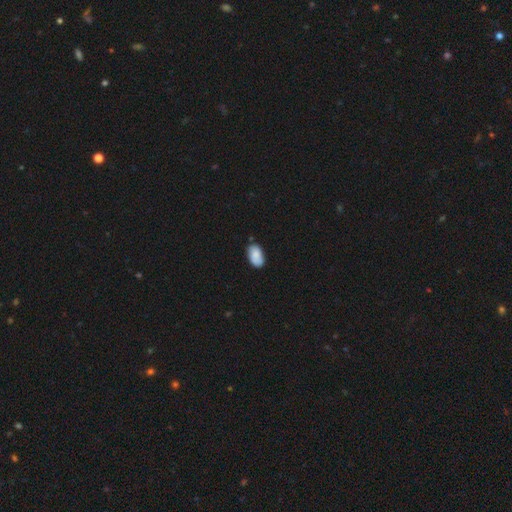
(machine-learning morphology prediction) Overall: smooth (82%). How rounded: in between (93%). Merging: none (74%).